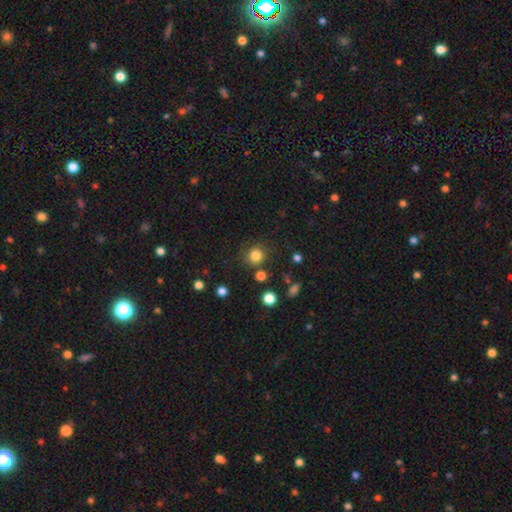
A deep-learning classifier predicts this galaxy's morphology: smooth 82%, star or artifact 13%, featured or disk 5%. Down the decision tree: how rounded — round (90%); merging — none (82%).